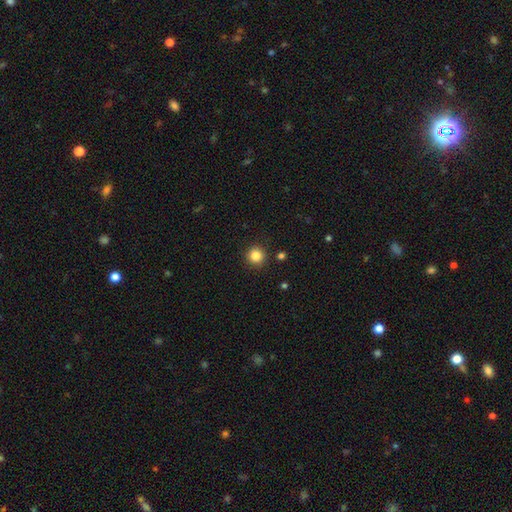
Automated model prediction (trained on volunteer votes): A smooth galaxy with no disk features (84%) that is round (94%). Merging: none (91%).